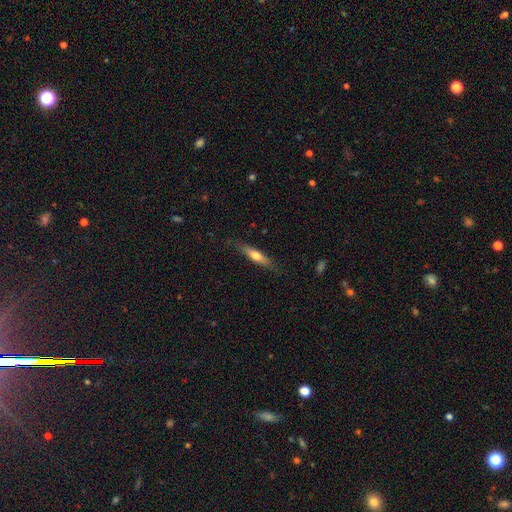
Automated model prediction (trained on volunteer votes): Smooth or featured?
  - smooth: 54% *
  - featured or disk: 40%
  - star or artifact: 6%
How rounded?
  - cigar-shaped: 80% *
  - in between: 18%
  - round: 2%
Merging?
  - none: 82% *
  - minor disturbance: 14%
  - major disturbance: 3%
  - merger: 1%